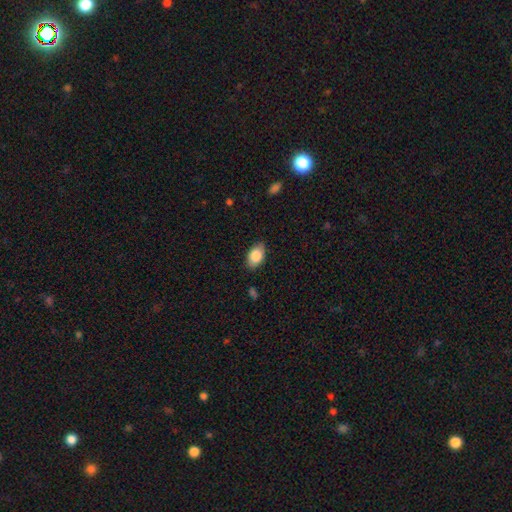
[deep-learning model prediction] smooth-or-featured: smooth: 83% | featured or disk: 10% | star or artifact: 7%
  how-rounded: in between: 91% | round: 8% | cigar-shaped: 2%
  merging: none: 84% | minor disturbance: 12% | major disturbance: 3% | merger: 1%